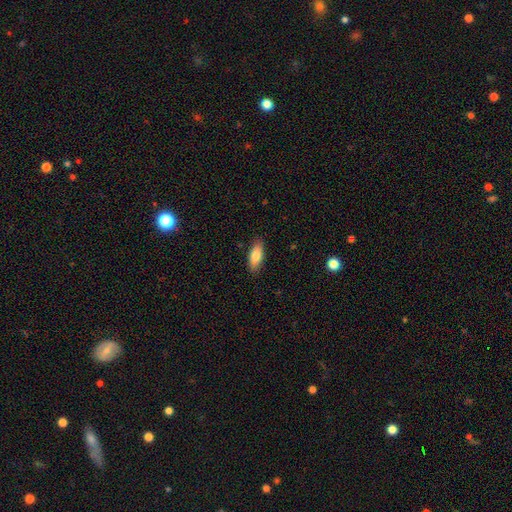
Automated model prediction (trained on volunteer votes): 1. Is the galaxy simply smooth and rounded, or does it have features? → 80% smooth, 14% featured or disk, 6% star or artifact.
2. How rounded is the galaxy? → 76% in between, 22% cigar-shaped, 2% round.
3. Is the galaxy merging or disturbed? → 87% none, 10% minor disturbance, 2% major disturbance, 1% merger.